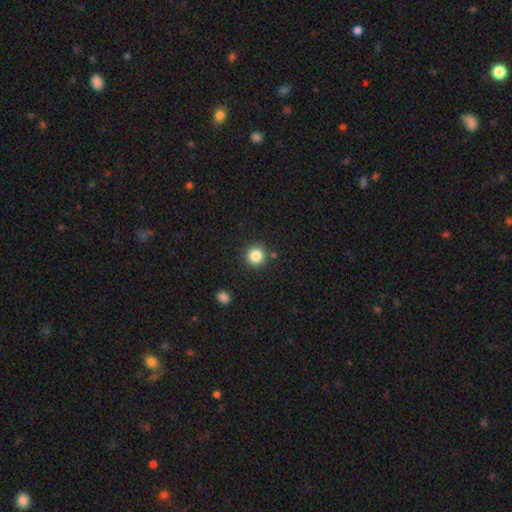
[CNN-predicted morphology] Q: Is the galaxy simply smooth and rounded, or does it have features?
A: smooth — 84%.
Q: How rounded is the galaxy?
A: round — 94%.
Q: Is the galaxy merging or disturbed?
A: none — 88%.